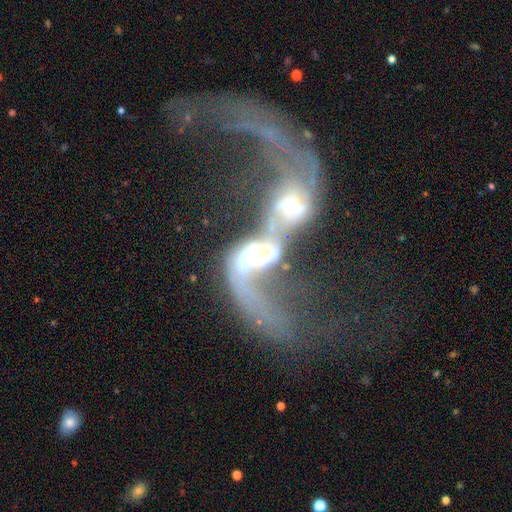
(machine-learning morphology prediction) smooth_or_featured: featured or disk (p=0.73) [alt: smooth p=0.17]
disk_edge_on: no (p=0.95) [alt: yes p=0.05]
bar: no (p=0.52) [alt: weak p=0.32]
has_spiral_arms: yes (p=0.81) [alt: no p=0.19]
spiral_winding: loose (p=0.72) [alt: medium p=0.20]
spiral_arm_count: 2 (p=0.42) [alt: 1 p=0.38]
bulge_size: moderate (p=0.60) [alt: large p=0.17]
merging: merger (p=0.83) [alt: major disturbance p=0.11]